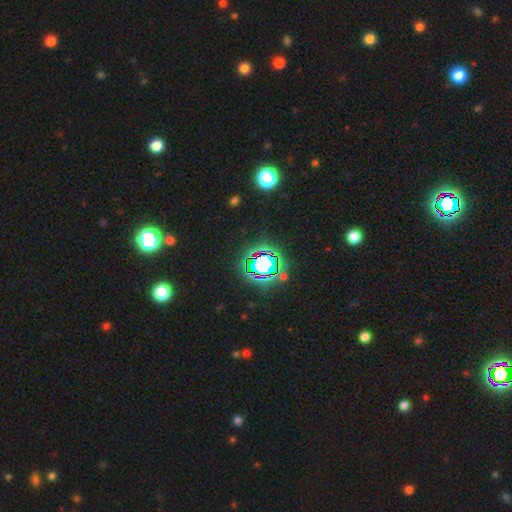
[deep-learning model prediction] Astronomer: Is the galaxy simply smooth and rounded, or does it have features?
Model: star or artifact — 74%.